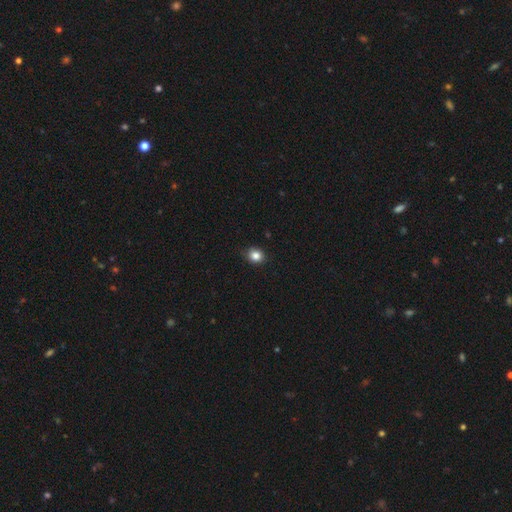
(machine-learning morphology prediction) Smooth or featured? Predicted: smooth (p=0.84). How rounded? Predicted: round (p=0.73). Merging? Predicted: none (p=0.86).